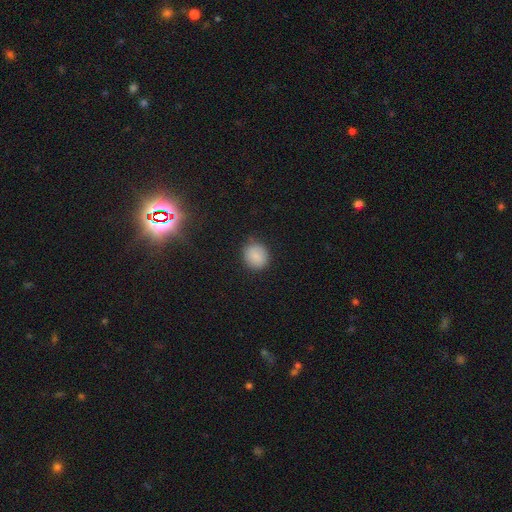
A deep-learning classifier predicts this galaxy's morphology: This appears to be a smooth galaxy with no disk features (86%) that is round (78%). Merging: none (82%).